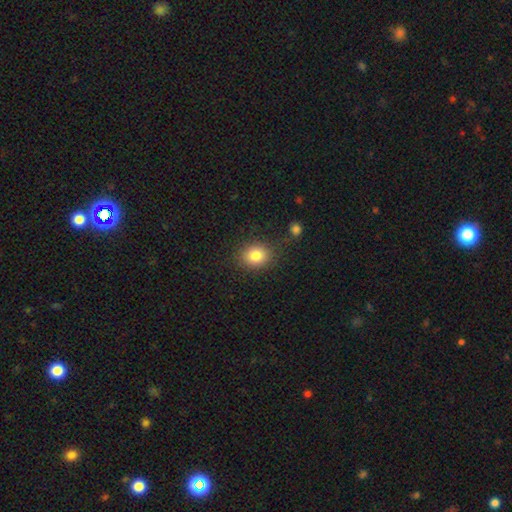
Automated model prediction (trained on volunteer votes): Smooth or featured?
  - smooth: 82% *
  - star or artifact: 10%
  - featured or disk: 7%
How rounded?
  - round: 61% *
  - in between: 38%
  - cigar-shaped: 1%
Merging?
  - none: 83% *
  - minor disturbance: 10%
  - major disturbance: 3%
  - merger: 3%